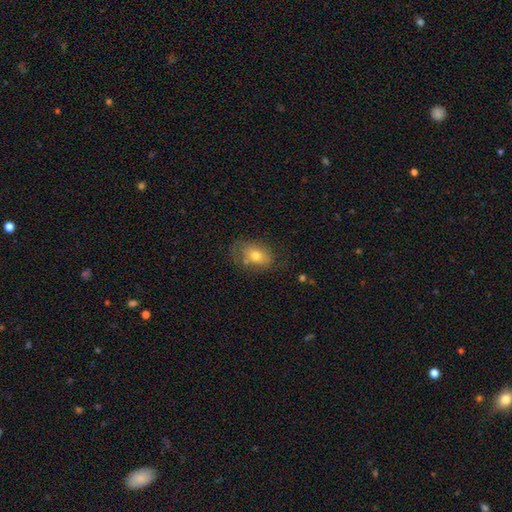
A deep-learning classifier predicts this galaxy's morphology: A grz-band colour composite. It shows a smooth galaxy with no disk features (69%) that is in between round and cigar-shaped (79%). Merging: none (59%).